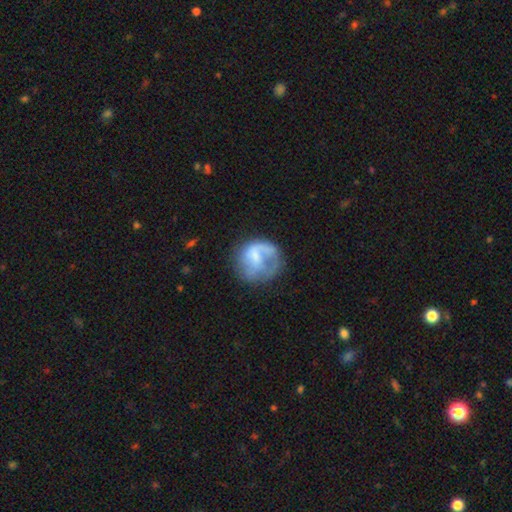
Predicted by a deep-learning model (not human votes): The model was most divided on "smooth or featured": smooth: 47%, featured or disk: 45%, star or artifact: 8%. Remaining: merging — none (44%).